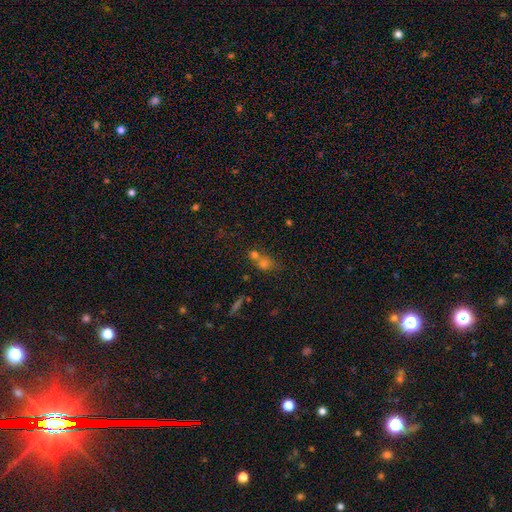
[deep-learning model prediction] Q: Smooth or featured?
A: smooth (54%); runner-up: star or artifact (32%)
Q: How rounded?
A: round (71%); runner-up: in between (26%)
Q: Merging?
A: merger (44%); runner-up: none (43%)